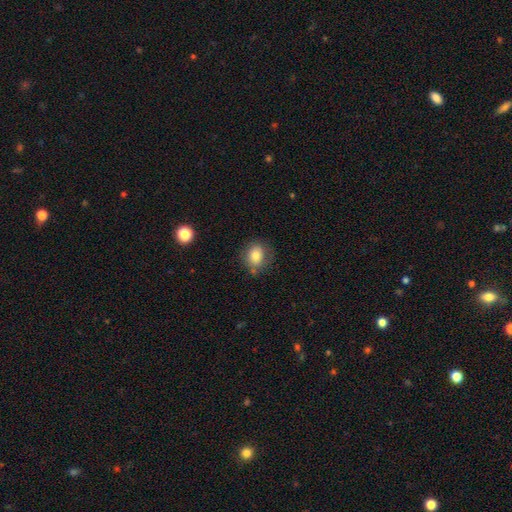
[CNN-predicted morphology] smooth 78%, featured or disk 12%, star or artifact 10%. Down the decision tree: how rounded — round (57%); merging — none (74%).